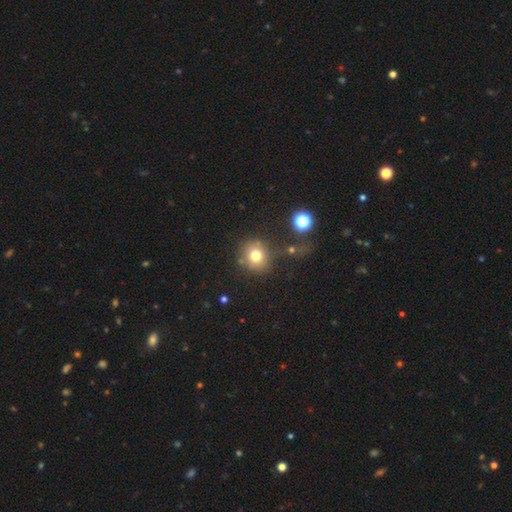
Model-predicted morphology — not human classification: type=smooth (75%); roundness=round (85%); merging=none (73%).